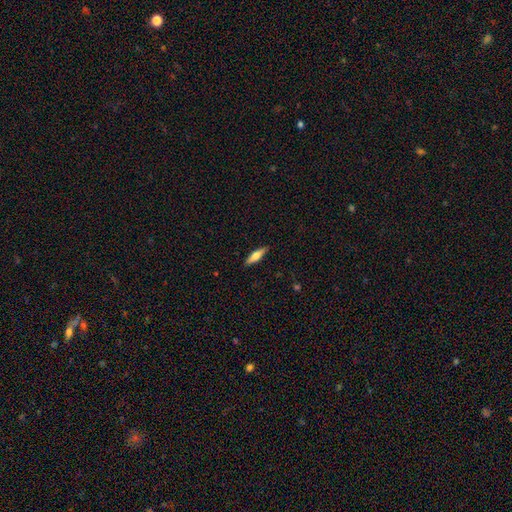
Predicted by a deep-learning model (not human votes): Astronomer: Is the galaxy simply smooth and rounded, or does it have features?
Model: smooth — 56% (runner-up: featured or disk, 38%).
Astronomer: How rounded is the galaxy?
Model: cigar-shaped — 63%.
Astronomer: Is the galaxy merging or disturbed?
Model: none — 89%.